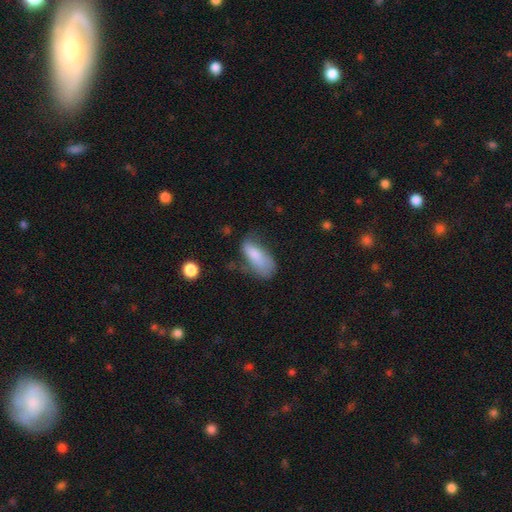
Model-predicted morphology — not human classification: type=smooth (77%); roundness=in between (79%); merging=none (36%).